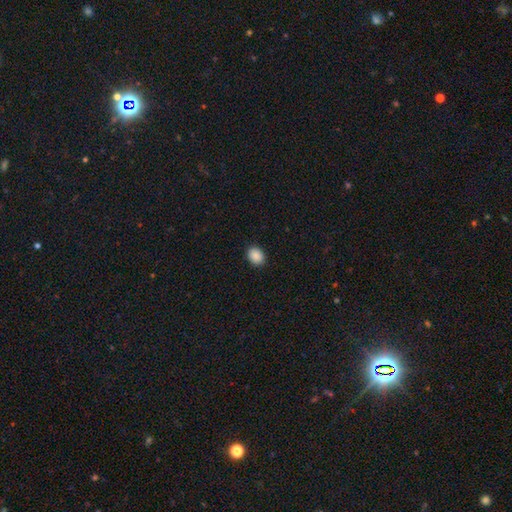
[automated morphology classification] A smooth galaxy with no disk features (90%) that is in between round and cigar-shaped (60%).

Vote fractions:
- Smooth or featured? smooth: 90% / star or artifact: 8% / featured or disk: 2%
- How rounded? in between: 60% / round: 39% / cigar-shaped: 1%
- Merging? none: 90% / minor disturbance: 7% / major disturbance: 2% / merger: 1%